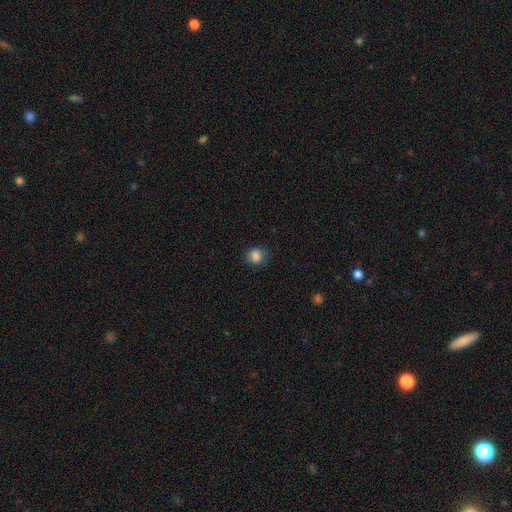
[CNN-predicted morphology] Q: Smooth or featured?
A: smooth (83%); runner-up: star or artifact (10%)
Q: How rounded?
A: round (61%); runner-up: in between (38%)
Q: Merging?
A: none (73%); runner-up: minor disturbance (20%)